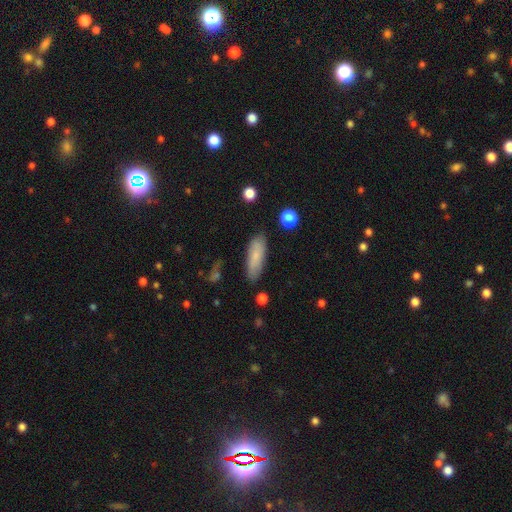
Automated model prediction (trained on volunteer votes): Smooth or featured? Predicted: smooth (p=0.80). How rounded? Predicted: in between (p=0.56). Merging? Predicted: none (p=0.81).